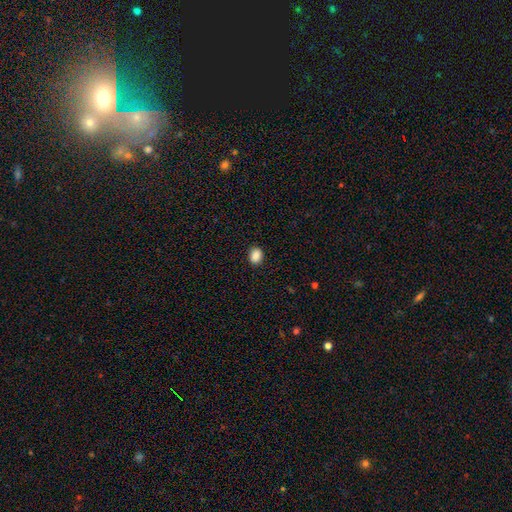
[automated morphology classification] Smooth or featured?
  - smooth: 89% *
  - star or artifact: 8%
  - featured or disk: 3%
How rounded?
  - in between: 59% *
  - round: 40%
  - cigar-shaped: 1%
Merging?
  - none: 90% *
  - minor disturbance: 7%
  - major disturbance: 2%
  - merger: 1%